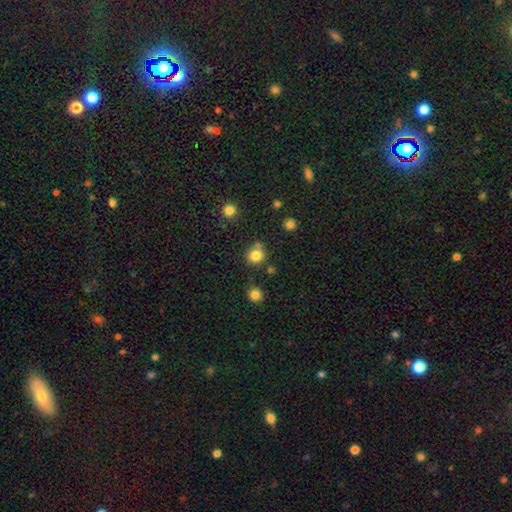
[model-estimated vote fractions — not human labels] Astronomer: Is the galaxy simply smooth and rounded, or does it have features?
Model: smooth — 82%.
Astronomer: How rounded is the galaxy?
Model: round — 87%.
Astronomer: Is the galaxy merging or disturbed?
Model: none — 72%.